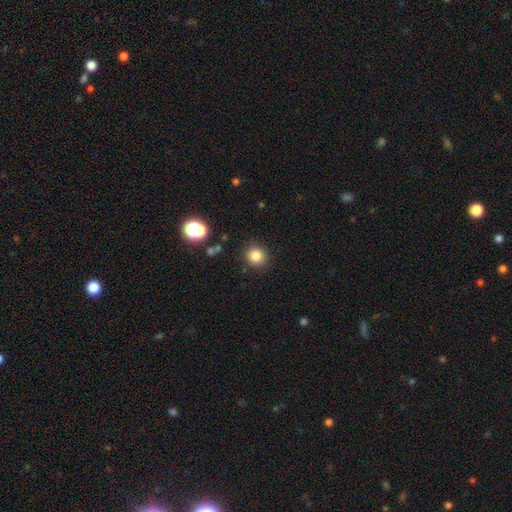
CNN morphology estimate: smooth-or-featured: smooth: 82% | star or artifact: 13% | featured or disk: 5%
  how-rounded: round: 91% | in between: 8% | cigar-shaped: 1%
  merging: none: 89% | minor disturbance: 7% | major disturbance: 3% | merger: 2%